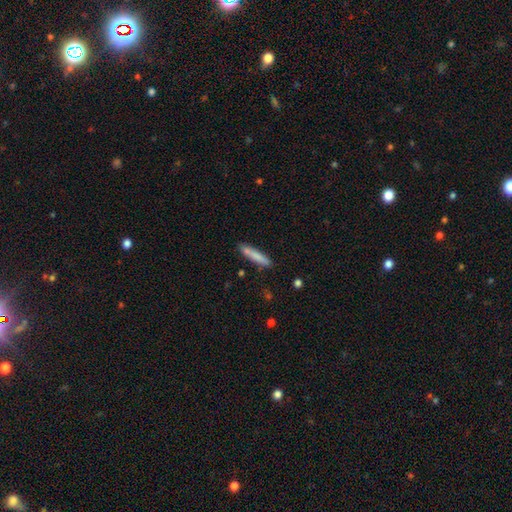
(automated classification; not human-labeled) Smooth or featured?
  - smooth: 80% *
  - featured or disk: 14%
  - star or artifact: 6%
How rounded?
  - cigar-shaped: 90% *
  - in between: 9%
  - round: 1%
Merging?
  - none: 81% *
  - minor disturbance: 13%
  - merger: 4%
  - major disturbance: 2%